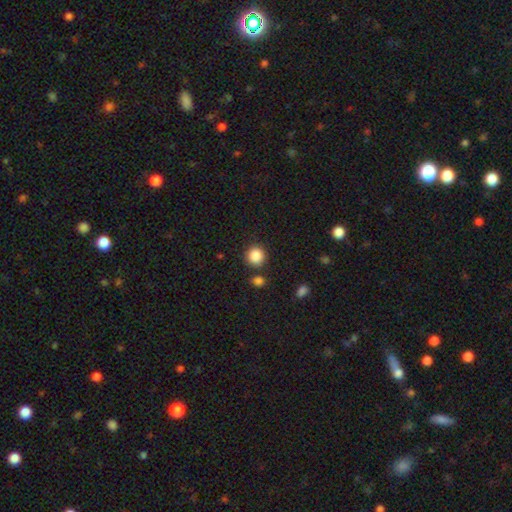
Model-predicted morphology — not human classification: smooth 87%, star or artifact 9%, featured or disk 3%. Down the decision tree: how rounded — round (90%); merging — none (82%).